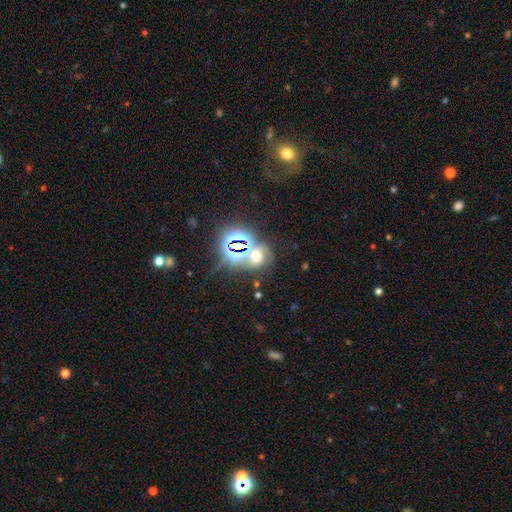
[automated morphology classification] type=star or artifact (44%).